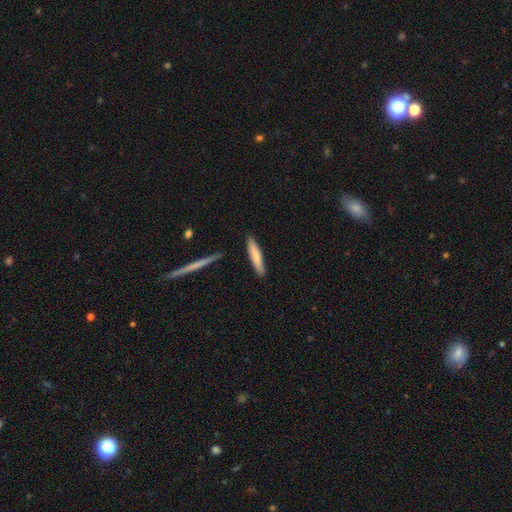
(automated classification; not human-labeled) A smooth galaxy with no disk features (77%) that is cigar-shaped (87%). Merging: none (87%).